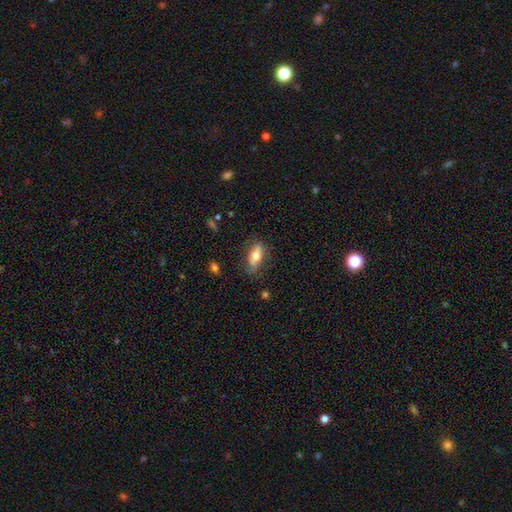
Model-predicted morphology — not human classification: Smooth or featured? smooth (65%)
How rounded? in between (77%)
Merging? none (76%)